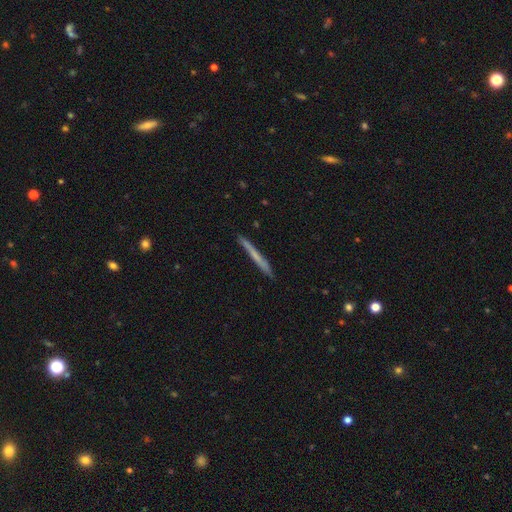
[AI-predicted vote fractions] This appears to be a smooth galaxy with no disk features (54%) that is cigar-shaped (97%). Merging: none (90%).